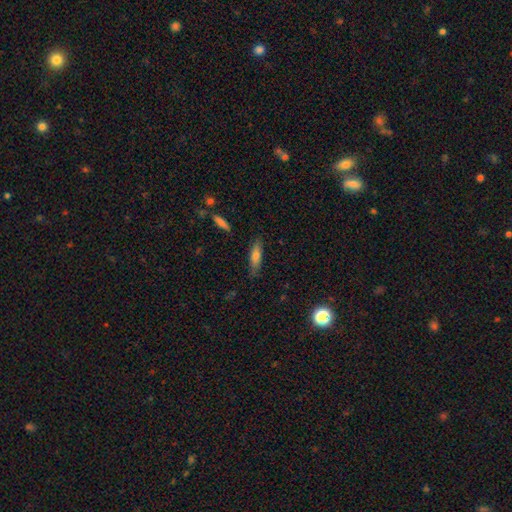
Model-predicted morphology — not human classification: The model was most divided on "how rounded": cigar-shaped: 61%, in between: 37%, round: 2%. More confident: merging — none (80%); smooth or featured — smooth (68%).